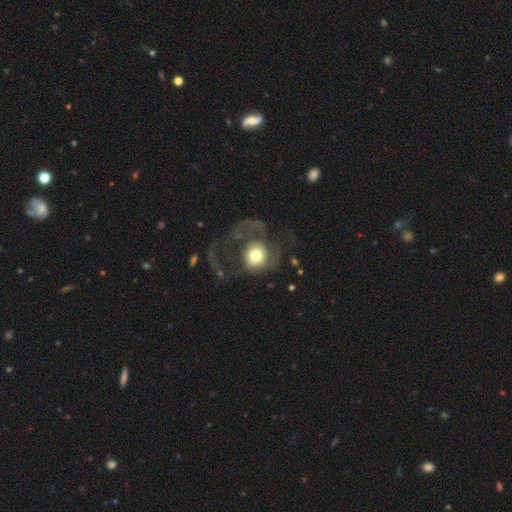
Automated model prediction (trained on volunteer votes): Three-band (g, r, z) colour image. It shows a smooth galaxy with no disk features (52%) that is round (82%). Merging: major disturbance (61%).